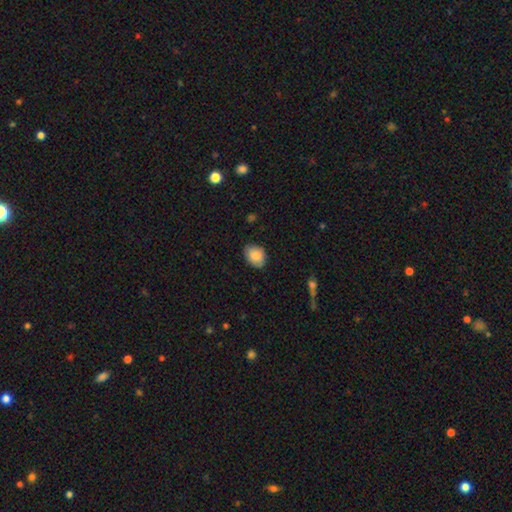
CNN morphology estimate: Smooth or featured? Predicted: smooth (p=0.86). How rounded? Predicted: in between (p=0.70). Merging? Predicted: none (p=0.79).